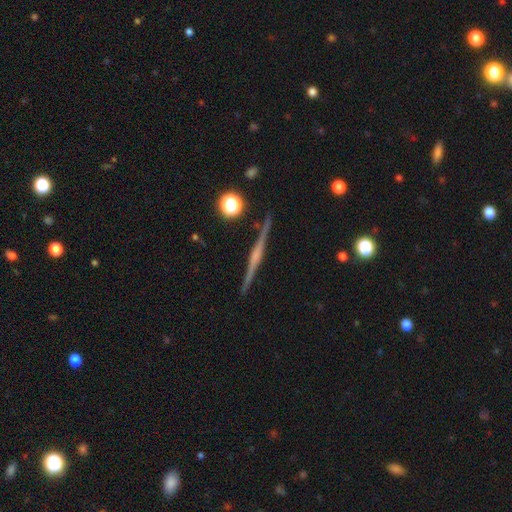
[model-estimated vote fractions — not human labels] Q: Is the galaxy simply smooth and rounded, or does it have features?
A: featured or disk — 80%.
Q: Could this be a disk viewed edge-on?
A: yes — 98%.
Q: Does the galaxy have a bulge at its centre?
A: rounded — 58%.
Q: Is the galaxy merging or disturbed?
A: none — 91%.